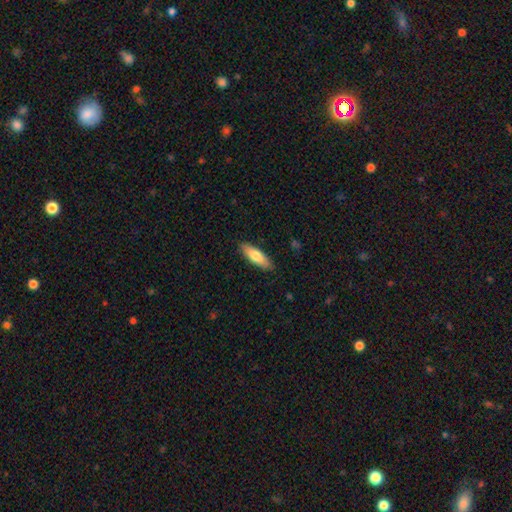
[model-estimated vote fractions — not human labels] smooth_or_featured: smooth (p=0.76) [alt: featured or disk p=0.19]
how_rounded: in between (p=0.53) [alt: cigar-shaped p=0.45]
merging: none (p=0.87) [alt: minor disturbance p=0.10]